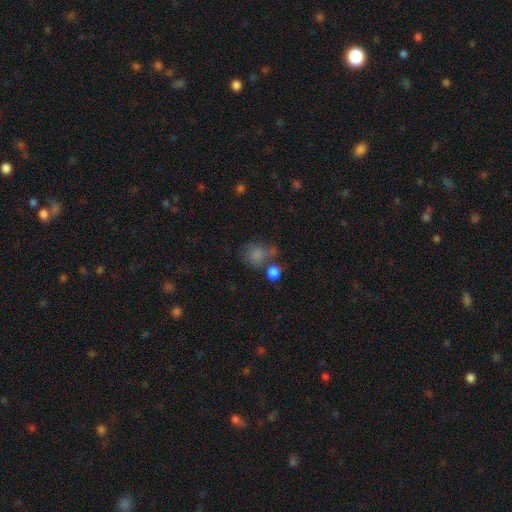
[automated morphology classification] The model was most divided on "how rounded": round: 65%, in between: 33%, cigar-shaped: 2%. More confident: smooth or featured — smooth (63%); merging — none (54%).